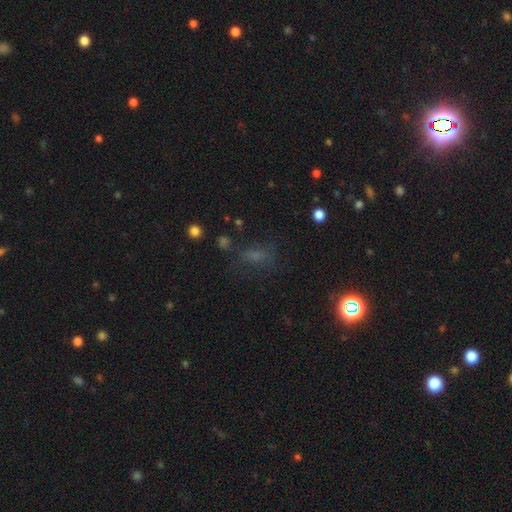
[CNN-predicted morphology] Smooth or featured?
  - smooth: 43% *
  - star or artifact: 39%
  - featured or disk: 18%
Merging?
  - none: 61% *
  - minor disturbance: 19%
  - major disturbance: 16%
  - merger: 4%